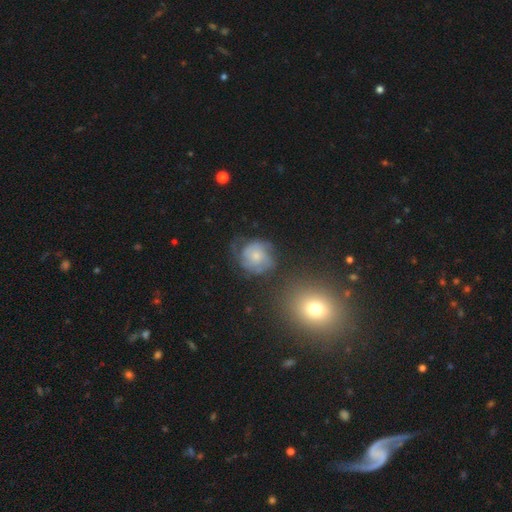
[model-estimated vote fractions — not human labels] This is possibly a featured or disk galaxy (60%). It is clearly not viewed edge-on (98%). Bar: likely no (79%). Spiral arm pattern: clearly yes (83%). Central bulge: possibly small (55%). Merging: possibly none (52%).